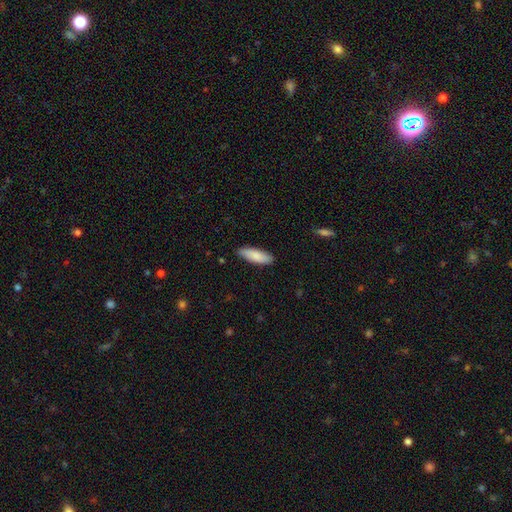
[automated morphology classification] A smooth galaxy with no disk features (84%) that is in between round and cigar-shaped (55%). Merging: none (85%).